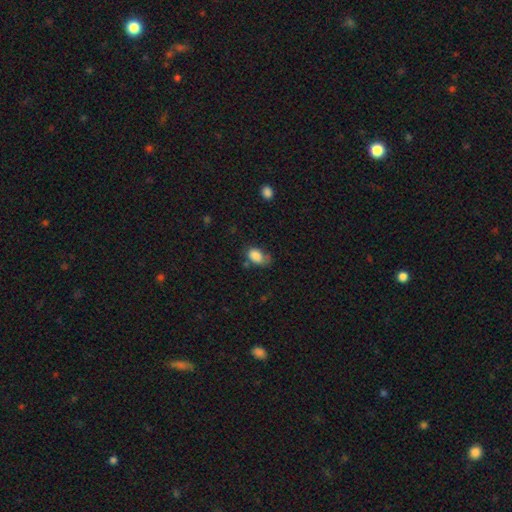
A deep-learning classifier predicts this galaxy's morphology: This appears to be a smooth galaxy with no disk features (84%) that is in between round and cigar-shaped (86%). Merging: none (43%).